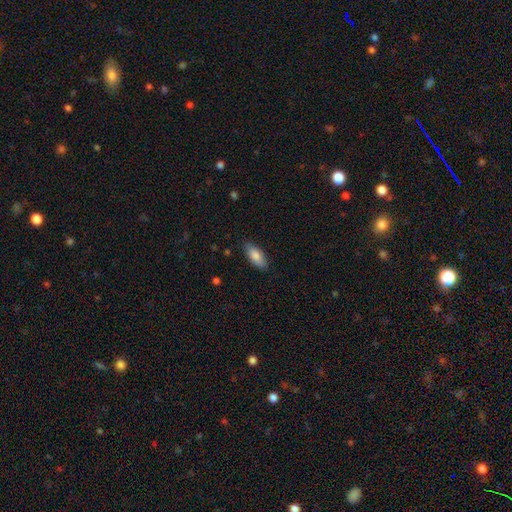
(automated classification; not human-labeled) Overall: smooth (83%). How rounded: in between (85%). Merging: none (84%).